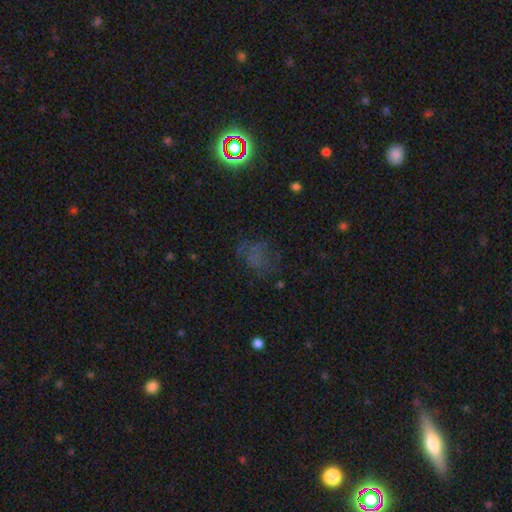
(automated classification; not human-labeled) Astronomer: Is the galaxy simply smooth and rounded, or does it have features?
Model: smooth — 42% (runner-up: star or artifact, 37%).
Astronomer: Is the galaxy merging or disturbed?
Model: none — 55%.